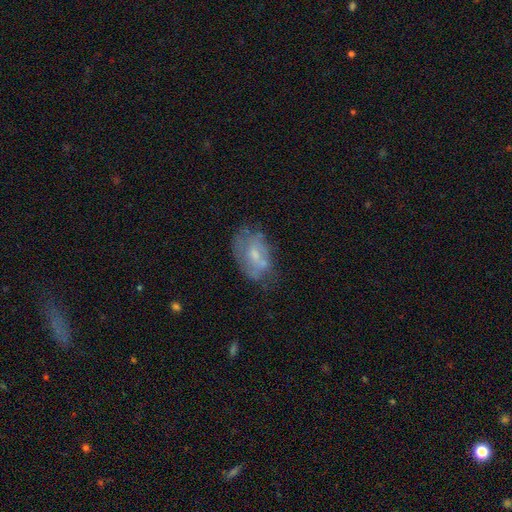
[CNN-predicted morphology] This is possibly a featured or disk galaxy (51%). It is clearly not viewed edge-on (95%). Merging: possibly none (47%).